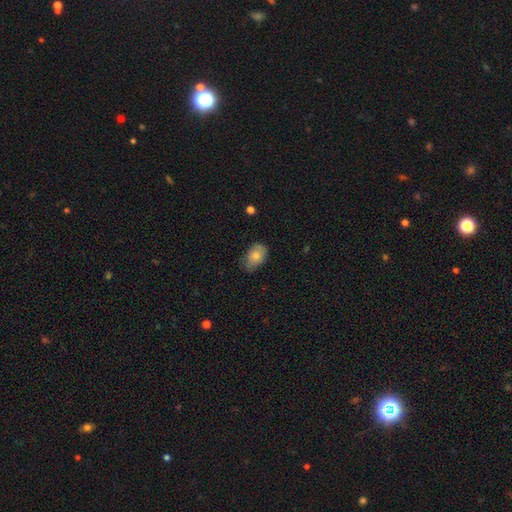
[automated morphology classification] A smooth galaxy with no disk features (78%) that is in between round and cigar-shaped (88%). Merging: none (65%).